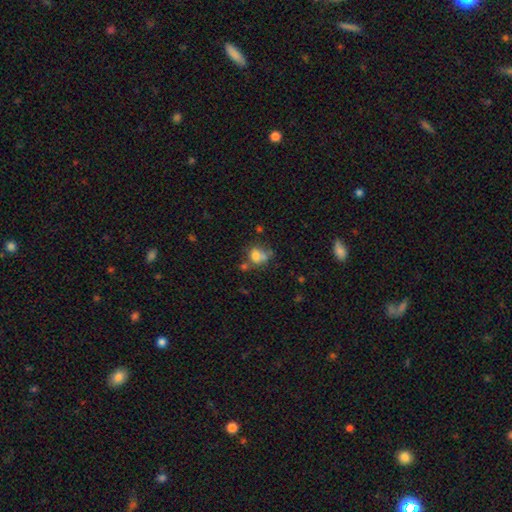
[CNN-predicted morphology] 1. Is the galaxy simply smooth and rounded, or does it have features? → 71% smooth, 17% featured or disk, 13% star or artifact.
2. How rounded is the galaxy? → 51% round, 48% in between, 1% cigar-shaped.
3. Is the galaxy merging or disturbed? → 35% none, 33% merger, 19% minor disturbance, 13% major disturbance.